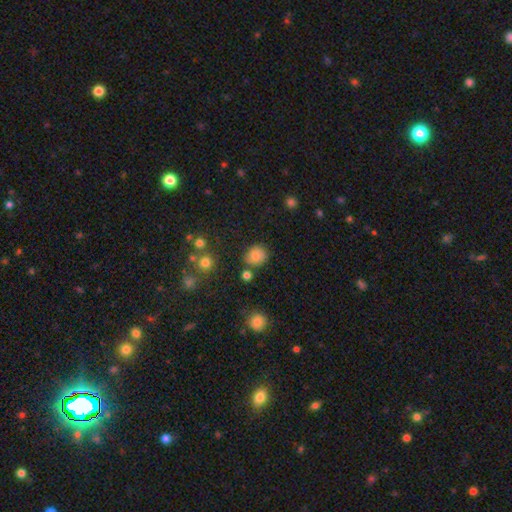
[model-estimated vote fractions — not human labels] Smooth or featured? Predicted: smooth (p=0.80). How rounded? Predicted: round (p=0.75). Merging? Predicted: none (p=0.76).